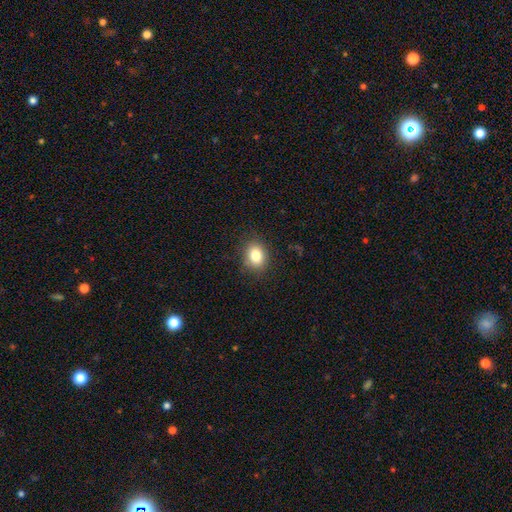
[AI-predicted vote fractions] smooth-or-featured: smooth: 83% | star or artifact: 10% | featured or disk: 7%
  how-rounded: in between: 50% | round: 49% | cigar-shaped: 1%
  merging: none: 86% | minor disturbance: 10% | major disturbance: 3% | merger: 1%